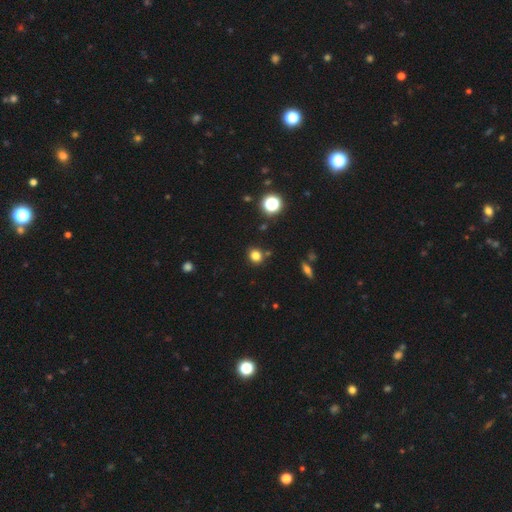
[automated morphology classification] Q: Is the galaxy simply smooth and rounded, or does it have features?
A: smooth — 79%.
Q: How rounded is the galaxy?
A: round — 78%.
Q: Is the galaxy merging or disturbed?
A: none — 84%.